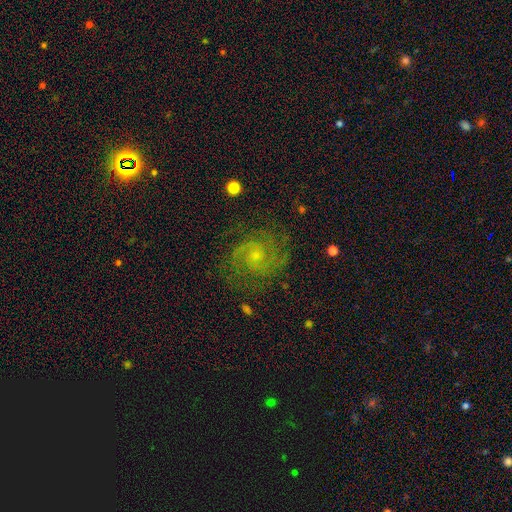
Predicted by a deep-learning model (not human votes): This appears to be a featured or disk galaxy (77%) with no bar (67%), 2 (56%) medium (46%) spiral arms (96%) and a small central bulge (65%). Merging: none (76%).